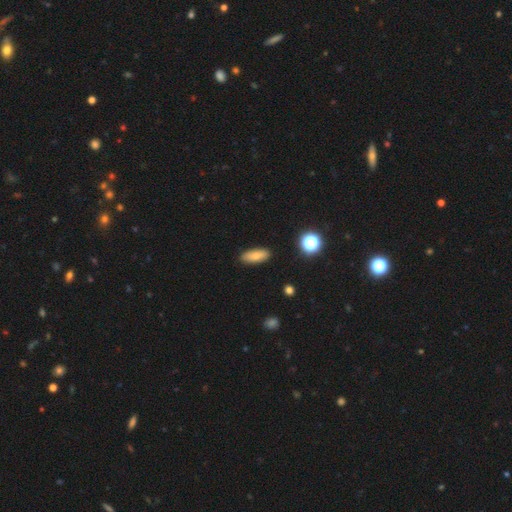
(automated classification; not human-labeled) The model was most divided on "how rounded": in between: 72%, cigar-shaped: 24%, round: 4%. More confident: merging — none (88%); smooth or featured — smooth (77%).